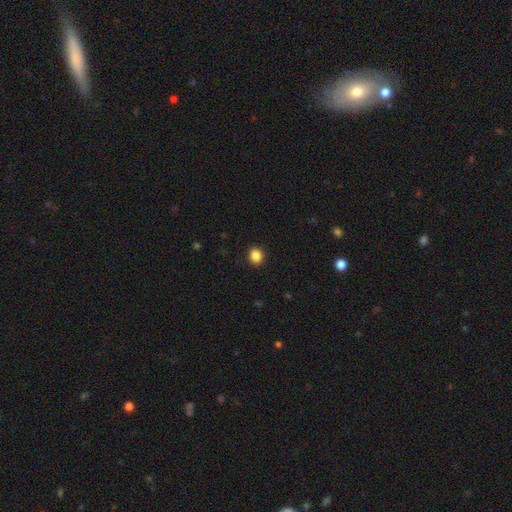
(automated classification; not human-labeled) Smooth or featured? Predicted: smooth (p=0.87). How rounded? Predicted: round (p=0.73). Merging? Predicted: none (p=0.91).